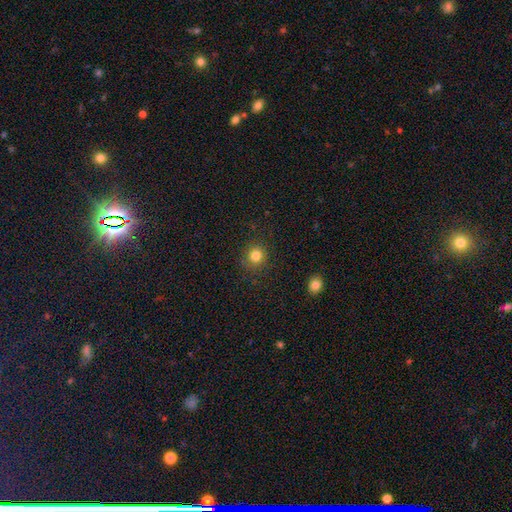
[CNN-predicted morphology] The model was most divided on "smooth or featured": smooth: 82%, star or artifact: 13%, featured or disk: 5%. More confident: how rounded — round (90%); merging — none (87%).